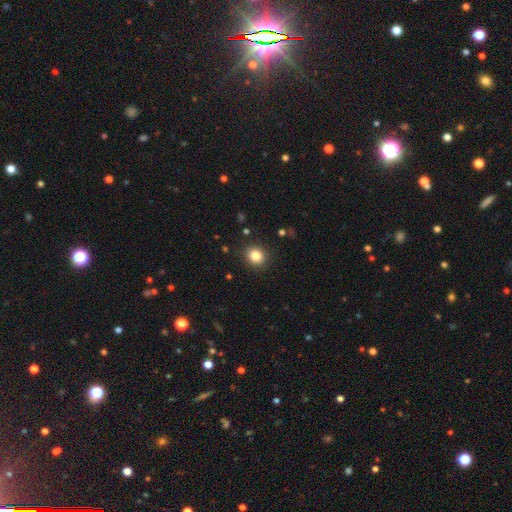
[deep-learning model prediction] smooth-or-featured: smooth: 84% | star or artifact: 11% | featured or disk: 5%
  how-rounded: round: 77% | in between: 22% | cigar-shaped: 1%
  merging: none: 89% | minor disturbance: 7% | major disturbance: 2% | merger: 1%